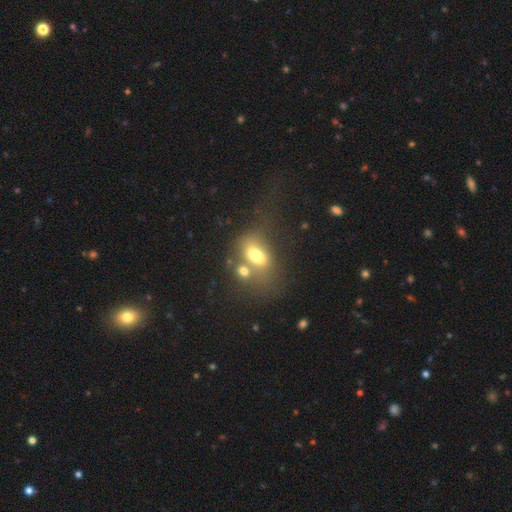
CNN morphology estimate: Smooth or featured? smooth (64%)
How rounded? in between (79%)
Merging? merger (39%)